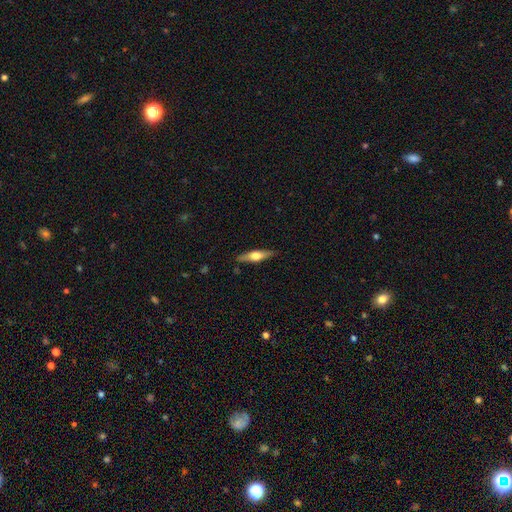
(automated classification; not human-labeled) The model was most divided on "smooth or featured": featured or disk: 58%, smooth: 37%, star or artifact: 6%. More confident: edge-on disk — yes (95%); edge-on bulge — rounded (92%); merging — none (87%).